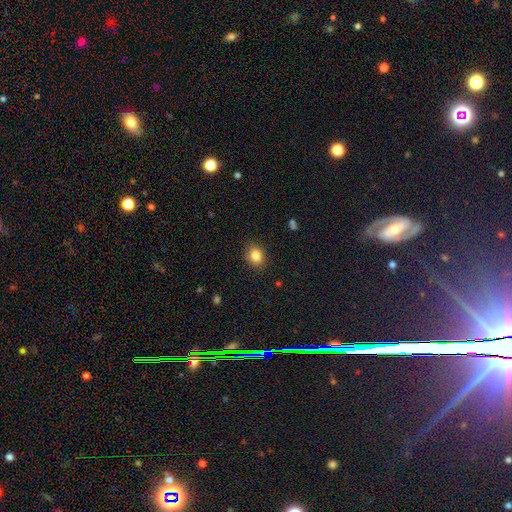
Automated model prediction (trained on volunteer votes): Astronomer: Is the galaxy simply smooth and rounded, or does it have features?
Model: smooth — 84%.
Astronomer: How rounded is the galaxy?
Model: in between — 51% (runner-up: round, 48%).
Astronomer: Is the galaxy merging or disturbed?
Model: none — 85%.